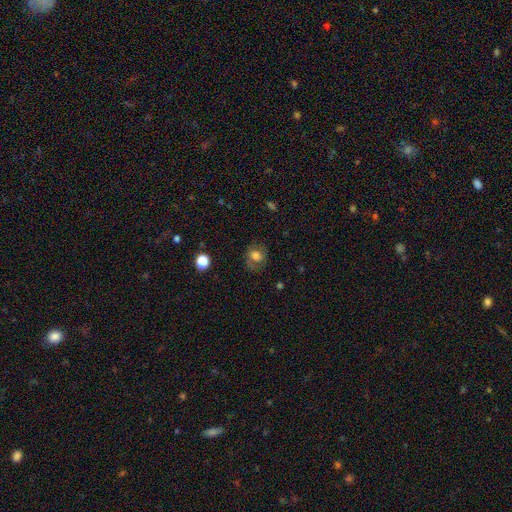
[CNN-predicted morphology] Overall: smooth (61%; featured or disk 27%). How rounded: round (59%; in between 40%). Merging: none (68%).